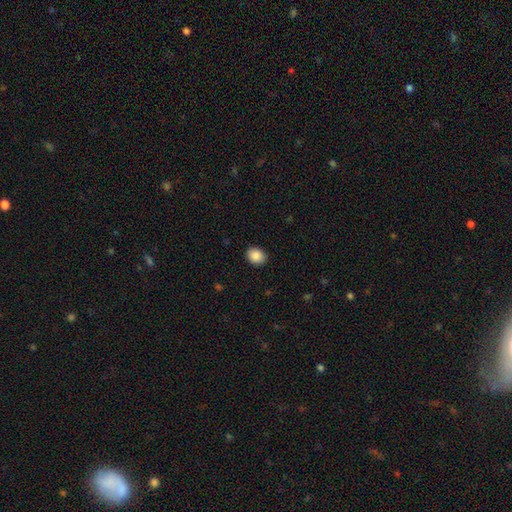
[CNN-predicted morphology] The model was most divided on "how rounded": round: 54%, in between: 45%, cigar-shaped: 1%. More confident: merging — none (90%); smooth or featured — smooth (89%).